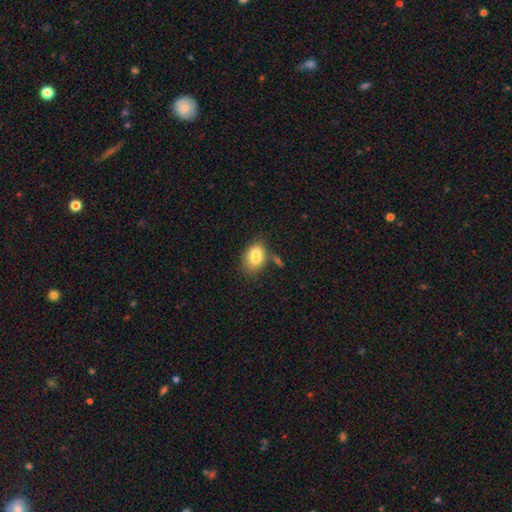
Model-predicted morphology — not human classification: Overall: smooth (82%). How rounded: in between (81%). Merging: none (54%; minor disturbance 22%).